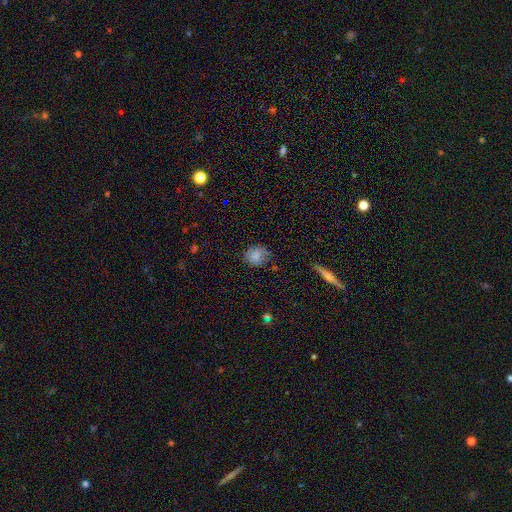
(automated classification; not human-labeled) This is likely a smooth galaxy (78%). How rounded: likely round (74%). Merging: likely none (72%).